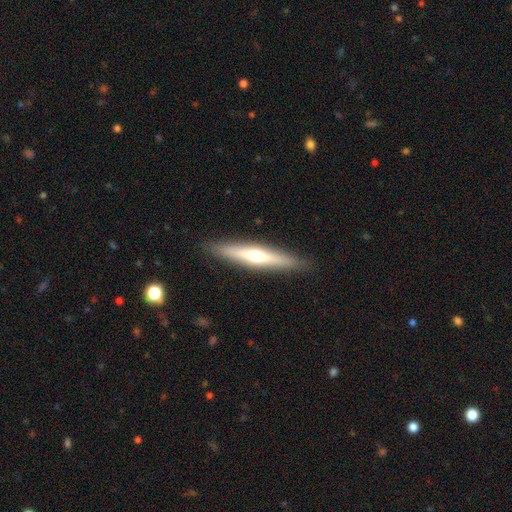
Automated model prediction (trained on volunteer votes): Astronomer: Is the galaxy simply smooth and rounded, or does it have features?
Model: featured or disk — 54% (runner-up: smooth, 40%).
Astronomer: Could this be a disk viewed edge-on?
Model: yes — 94%.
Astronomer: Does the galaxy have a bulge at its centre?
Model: rounded — 84%.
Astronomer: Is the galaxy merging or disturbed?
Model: none — 90%.